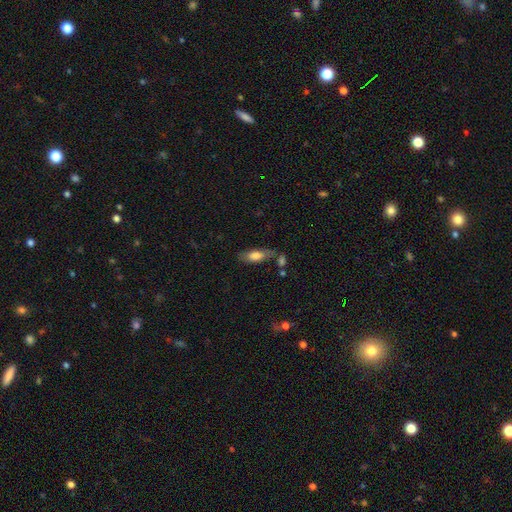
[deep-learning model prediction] The model was most divided on "merging": none: 63%, minor disturbance: 20%, merger: 11%, major disturbance: 6%. More confident: how rounded — in between (73%); smooth or featured — smooth (70%).